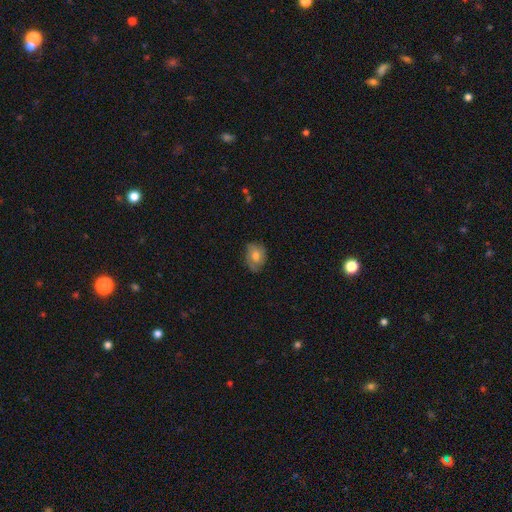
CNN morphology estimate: Smooth or featured? smooth (57%)
How rounded? in between (57%)
Merging? none (69%)